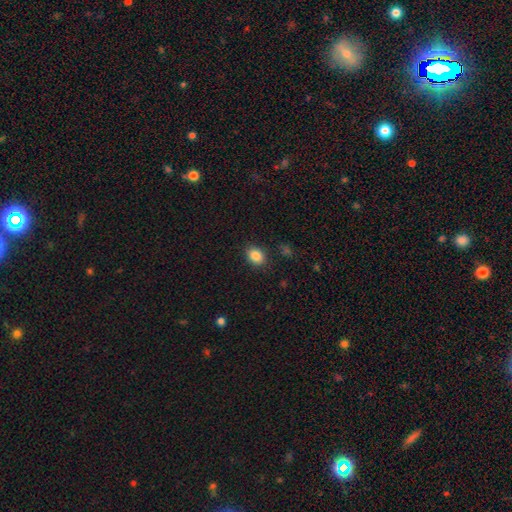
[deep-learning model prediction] The model was most divided on "how rounded": in between: 61%, round: 38%, cigar-shaped: 1%. More confident: smooth or featured — smooth (86%); merging — none (86%).